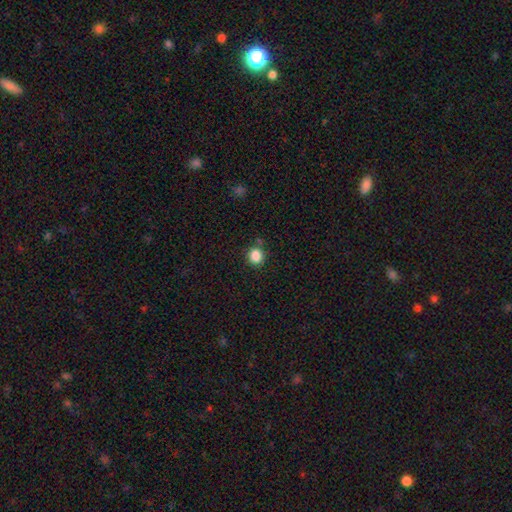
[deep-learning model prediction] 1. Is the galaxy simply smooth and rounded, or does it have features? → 86% smooth, 11% star or artifact, 3% featured or disk.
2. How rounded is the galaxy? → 79% round, 20% in between, 1% cigar-shaped.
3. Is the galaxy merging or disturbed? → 81% none, 11% minor disturbance, 5% merger, 3% major disturbance.